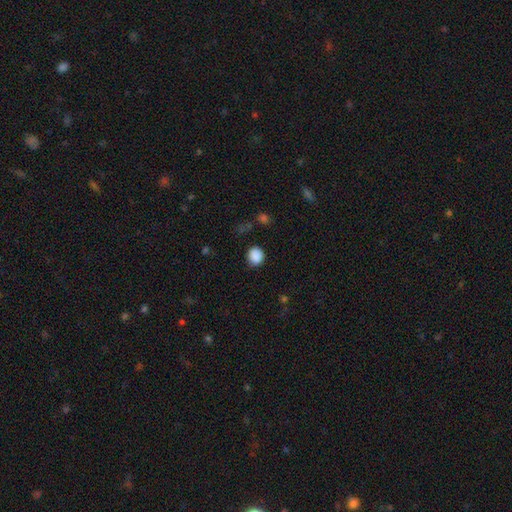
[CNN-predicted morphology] smooth 88%, star or artifact 9%, featured or disk 3%. Down the decision tree: how rounded — round (83%); merging — none (85%).